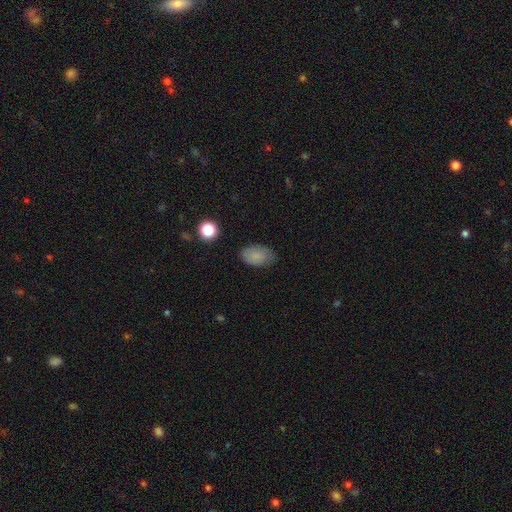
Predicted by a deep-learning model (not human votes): smooth-or-featured: smooth: 82% | featured or disk: 9% | star or artifact: 9%
  how-rounded: in between: 89% | round: 9% | cigar-shaped: 1%
  merging: none: 74% | minor disturbance: 20% | major disturbance: 4% | merger: 1%